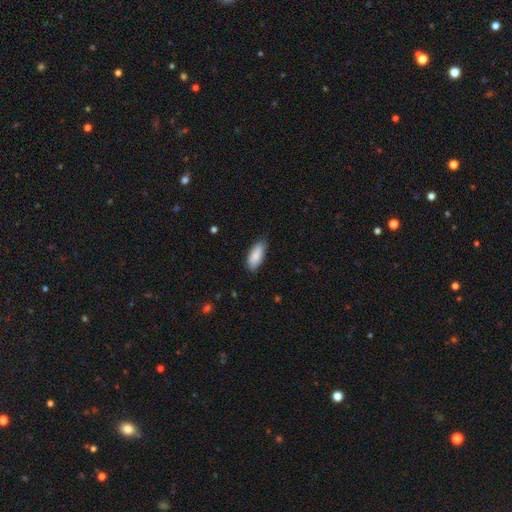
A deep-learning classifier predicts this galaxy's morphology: This appears to be a smooth galaxy with no disk features (88%) that is in between round and cigar-shaped (81%). Merging: none (81%).